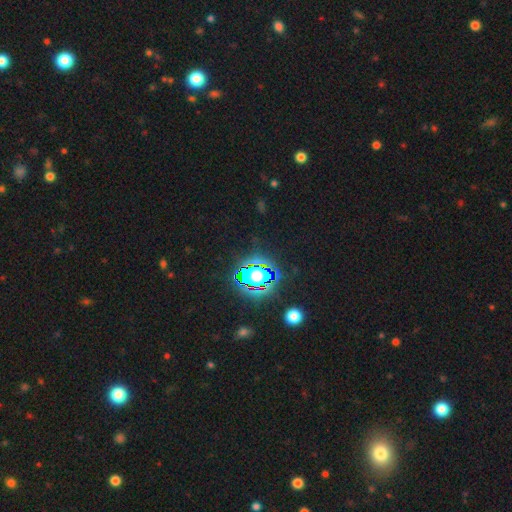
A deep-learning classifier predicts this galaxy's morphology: smooth_or_featured: star or artifact (p=0.82) [alt: smooth p=0.11]